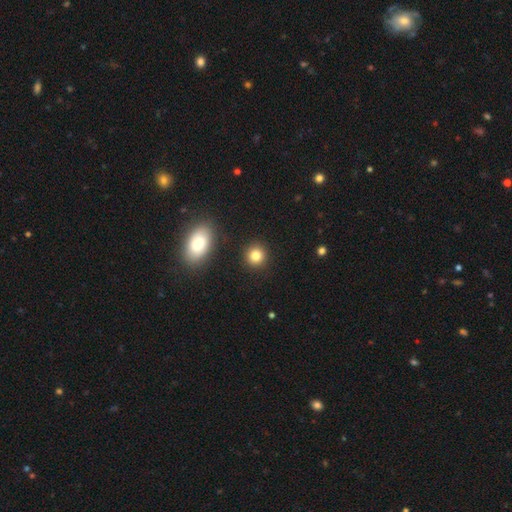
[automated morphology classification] This is clearly a smooth galaxy (82%). How rounded: clearly round (89%). Merging: clearly none (90%).